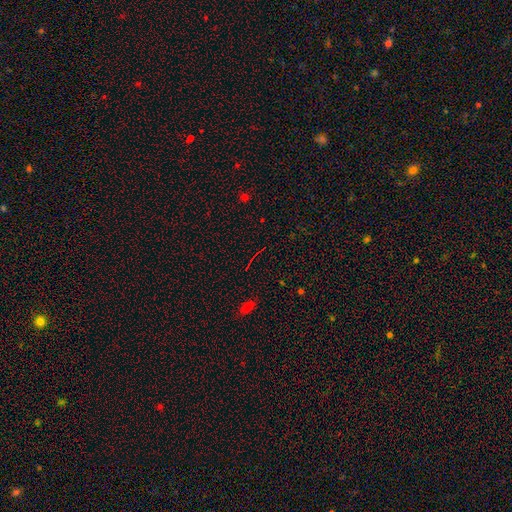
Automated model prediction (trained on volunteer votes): Smooth or featured? Predicted: star or artifact (p=0.68).